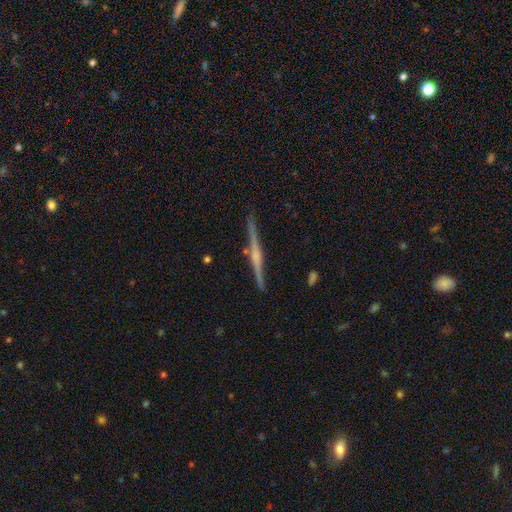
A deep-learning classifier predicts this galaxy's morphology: type=featured or disk (79%); edge-on=yes (98%); edge-on bulge=rounded (65%); merging=none (89%).